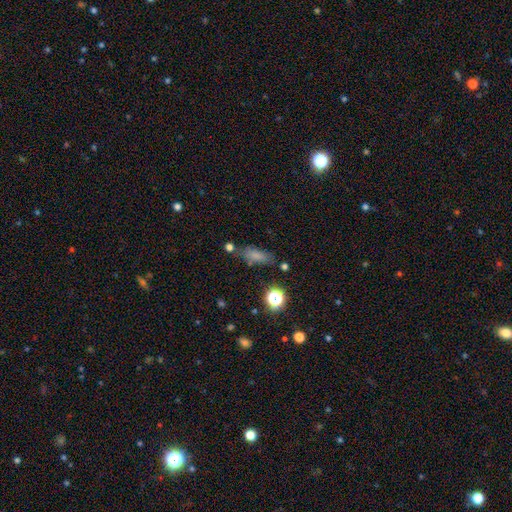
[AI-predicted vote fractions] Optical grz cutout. It shows a smooth galaxy with no disk features (74%) that is in between round and cigar-shaped (62%). Merging: none (68%).